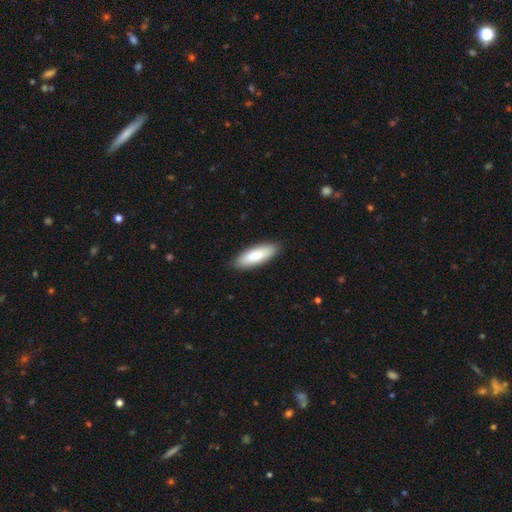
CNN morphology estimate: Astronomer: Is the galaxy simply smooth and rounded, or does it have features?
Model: smooth — 84%.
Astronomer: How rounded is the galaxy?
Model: in between — 58% (runner-up: cigar-shaped, 41%).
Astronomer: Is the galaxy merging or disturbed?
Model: none — 89%.